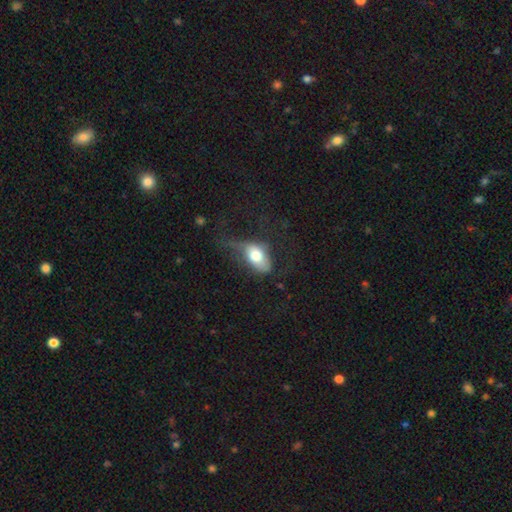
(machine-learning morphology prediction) Smooth or featured? smooth (67%)
How rounded? in between (88%)
Merging? major disturbance (35%)